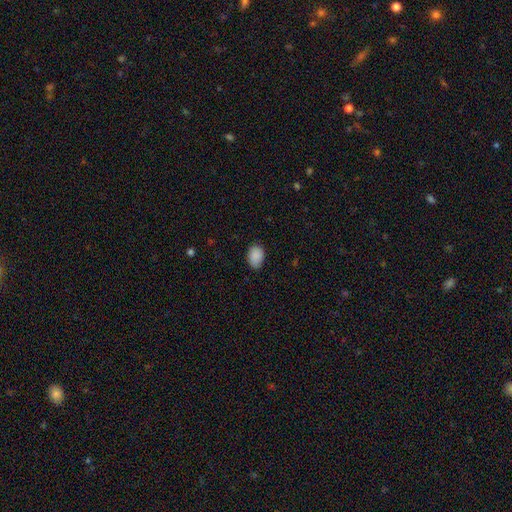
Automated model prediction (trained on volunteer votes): This appears to be a smooth galaxy with no disk features (89%) that is in between round and cigar-shaped (79%). Merging: none (78%).